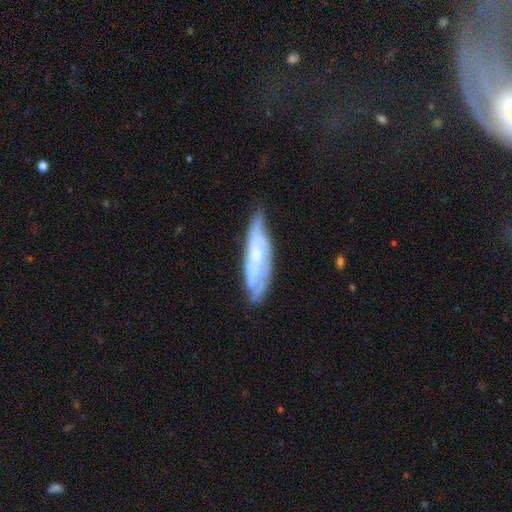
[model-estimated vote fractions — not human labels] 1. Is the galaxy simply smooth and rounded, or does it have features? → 70% featured or disk, 23% smooth, 7% star or artifact.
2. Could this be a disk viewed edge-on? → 74% no, 26% yes.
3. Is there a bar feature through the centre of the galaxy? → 59% no, 31% weak, 10% strong.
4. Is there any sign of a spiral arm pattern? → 86% yes, 14% no.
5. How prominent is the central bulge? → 51% small, 27% moderate, 17% none, 3% large, 1% dominant.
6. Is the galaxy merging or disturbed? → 64% none, 26% minor disturbance, 8% major disturbance, 2% merger.